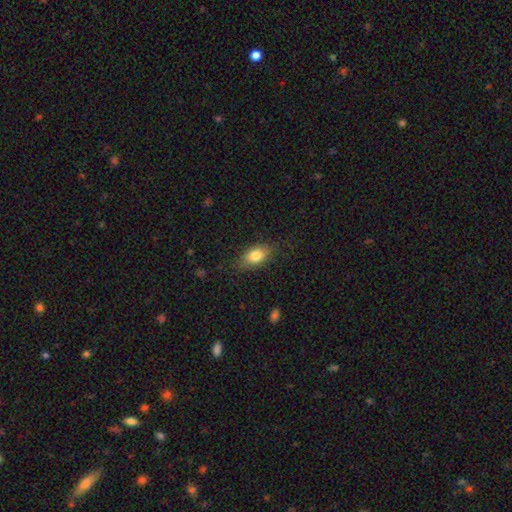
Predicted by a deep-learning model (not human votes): smooth 80%, featured or disk 13%, star or artifact 8%. Down the decision tree: how rounded — in between (84%); merging — none (79%).